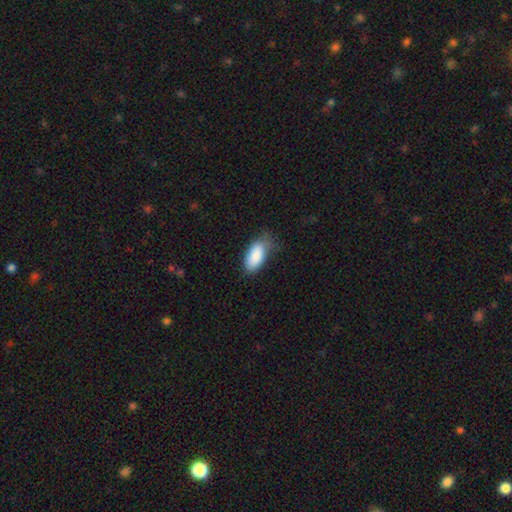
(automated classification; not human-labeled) smooth 88%, star or artifact 7%, featured or disk 6%. Down the decision tree: how rounded — in between (92%); merging — none (55%).